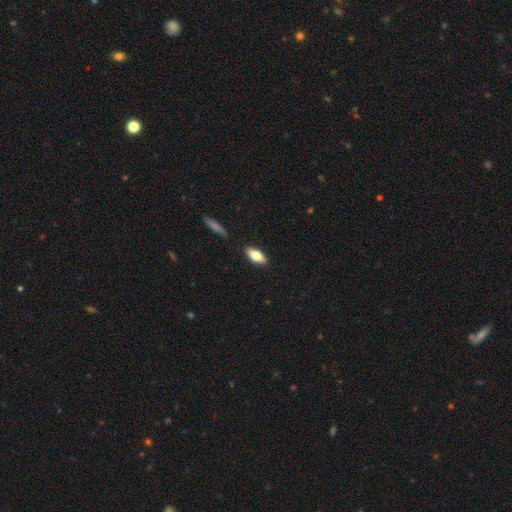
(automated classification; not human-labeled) Smooth or featured?
  - smooth: 70% *
  - featured or disk: 24%
  - star or artifact: 7%
How rounded?
  - in between: 81% *
  - cigar-shaped: 16%
  - round: 3%
Merging?
  - none: 88% *
  - minor disturbance: 8%
  - major disturbance: 2%
  - merger: 2%